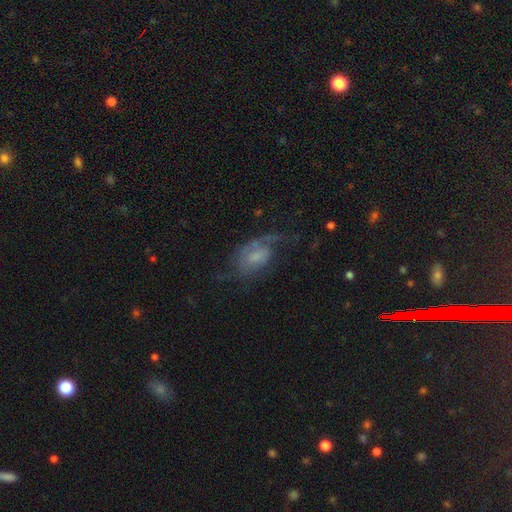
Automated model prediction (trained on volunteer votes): Morphology: type=featured or disk (68%); edge-on=no (96%); bar=no (58%); spiral arms=yes (84%); winding=loose (43%); arm count=2 (51%); bulge=small (38%); merging=none (42%).